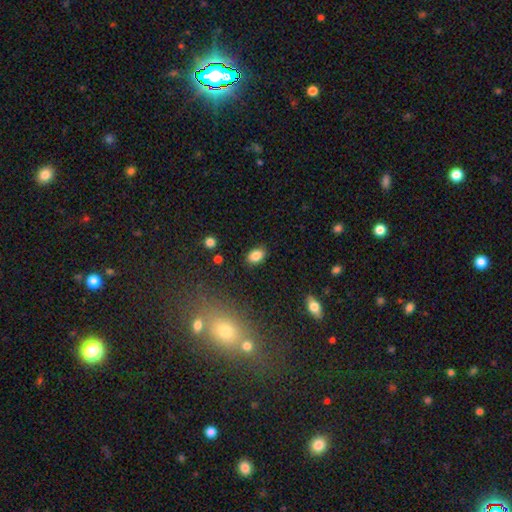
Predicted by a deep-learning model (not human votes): smooth-or-featured: smooth: 85% | star or artifact: 10% | featured or disk: 5%
  how-rounded: in between: 83% | round: 16% | cigar-shaped: 1%
  merging: none: 85% | minor disturbance: 11% | major disturbance: 2% | merger: 2%